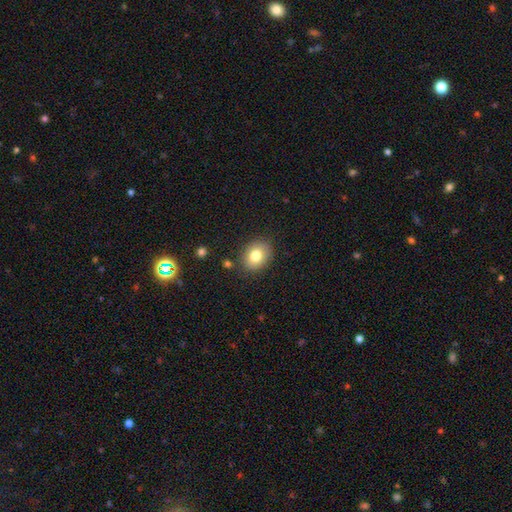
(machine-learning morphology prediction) This appears to be a smooth galaxy with no disk features (79%) that is in between round and cigar-shaped (55%). Merging: none (84%).